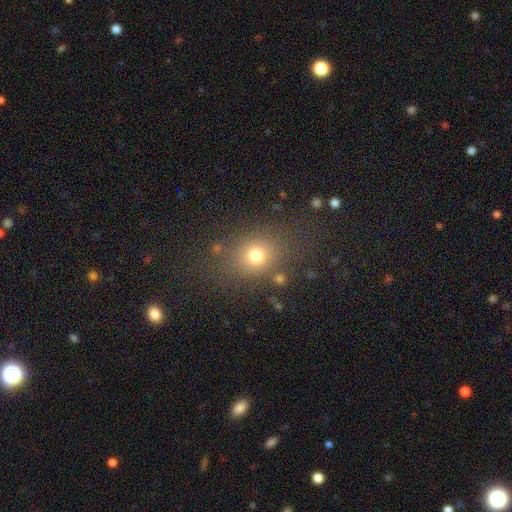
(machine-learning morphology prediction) This appears to be a smooth galaxy with no disk features (74%) that is round (54%). Merging: none (76%).